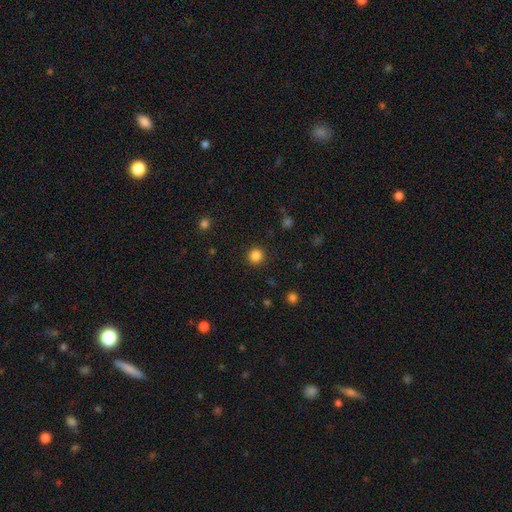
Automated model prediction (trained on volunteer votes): Smooth or featured?
  - smooth: 85% *
  - star or artifact: 12%
  - featured or disk: 3%
How rounded?
  - round: 93% *
  - in between: 6%
  - cigar-shaped: 1%
Merging?
  - none: 91% *
  - minor disturbance: 6%
  - major disturbance: 2%
  - merger: 1%